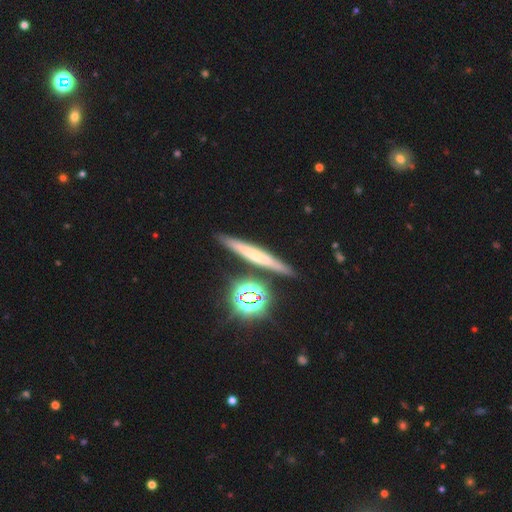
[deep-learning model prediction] Smooth or featured? Predicted: smooth (p=0.44). Merging? Predicted: none (p=0.84).